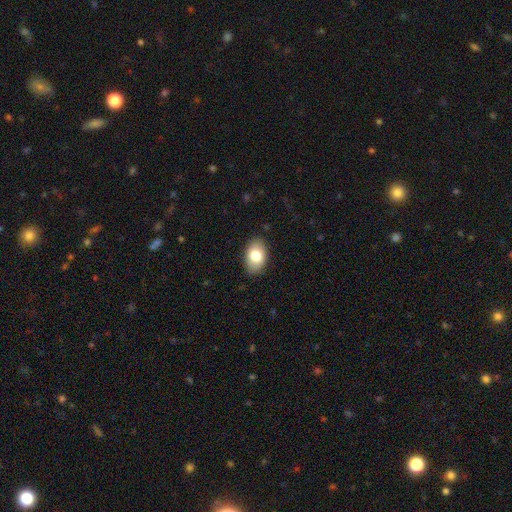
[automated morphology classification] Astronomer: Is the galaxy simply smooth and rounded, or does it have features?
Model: smooth — 80%.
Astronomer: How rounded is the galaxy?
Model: in between — 89%.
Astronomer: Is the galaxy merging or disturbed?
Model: none — 85%.